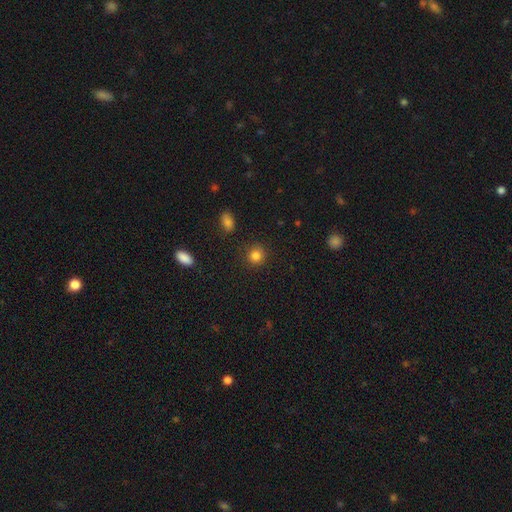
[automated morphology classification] Smooth or featured: smooth — 83% (star or artifact — 12%)
How rounded: round — 89% (in between — 10%)
Merging: none — 88% (minor disturbance — 8%)